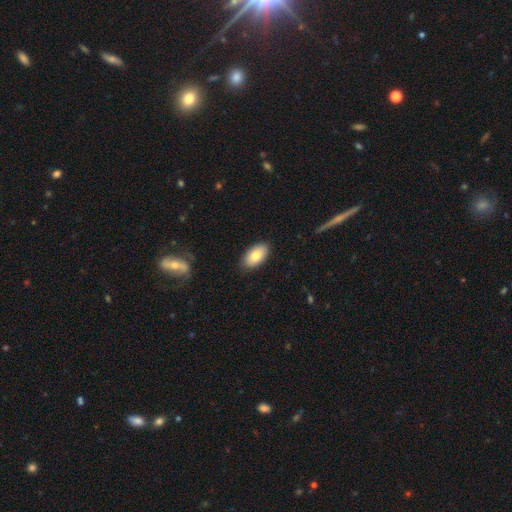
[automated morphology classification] smooth-or-featured: smooth: 81% | featured or disk: 13% | star or artifact: 7%
  how-rounded: in between: 94% | round: 4% | cigar-shaped: 2%
  merging: none: 86% | minor disturbance: 11% | major disturbance: 2% | merger: 1%